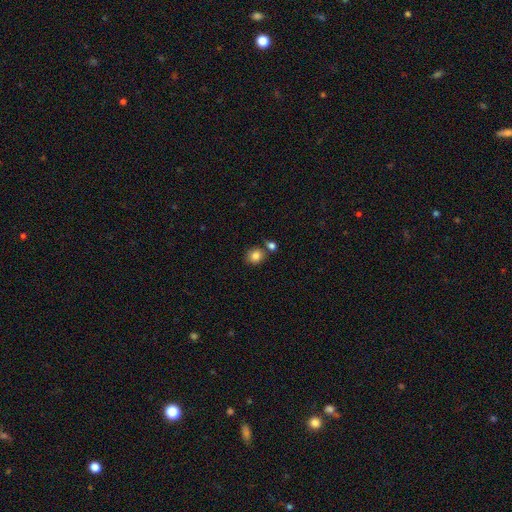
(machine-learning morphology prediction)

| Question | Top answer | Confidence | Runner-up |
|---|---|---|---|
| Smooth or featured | smooth | 83% | star or artifact (10%) |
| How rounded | round | 78% | in between (21%) |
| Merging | none | 67% | merger (18%) |